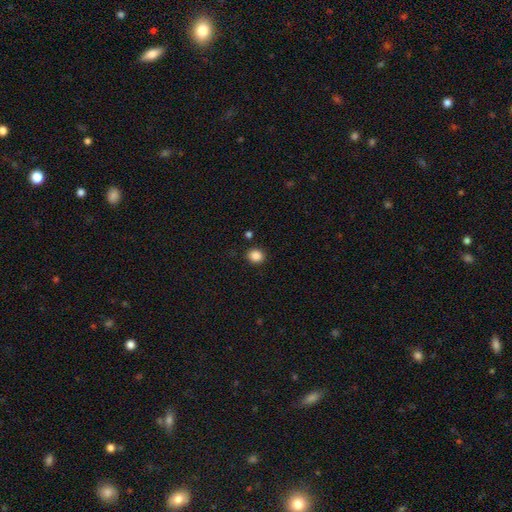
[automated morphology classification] Smooth or featured: smooth — 87% (star or artifact — 10%)
How rounded: round — 75% (in between — 24%)
Merging: none — 88% (minor disturbance — 7%)